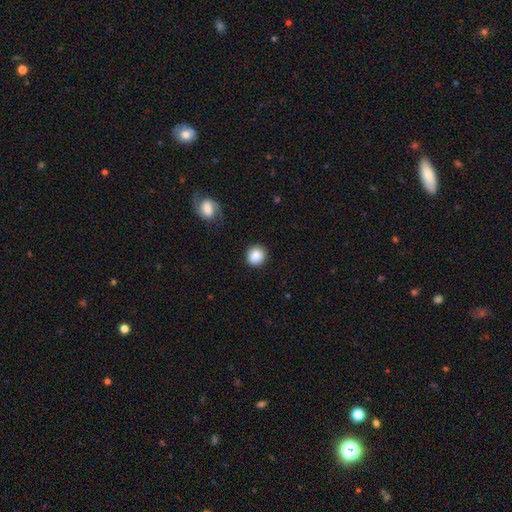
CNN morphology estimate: The model was most divided on "how rounded": round: 86%, in between: 13%, cigar-shaped: 1%. More confident: merging — none (87%); smooth or featured — smooth (86%).